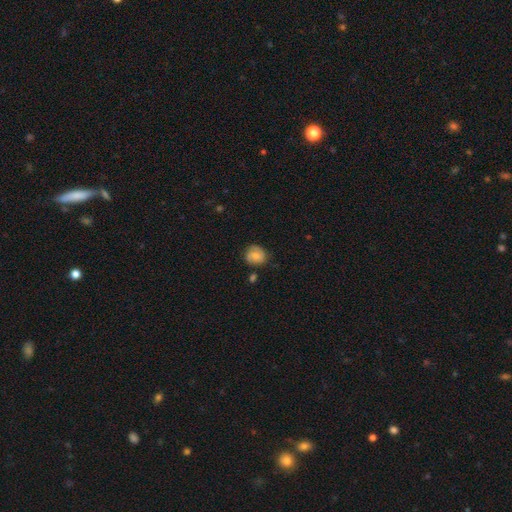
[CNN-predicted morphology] smooth-or-featured: smooth: 64% | featured or disk: 27% | star or artifact: 8%
  how-rounded: round: 79% | in between: 20% | cigar-shaped: 1%
  merging: none: 70% | minor disturbance: 22% | major disturbance: 5% | merger: 3%